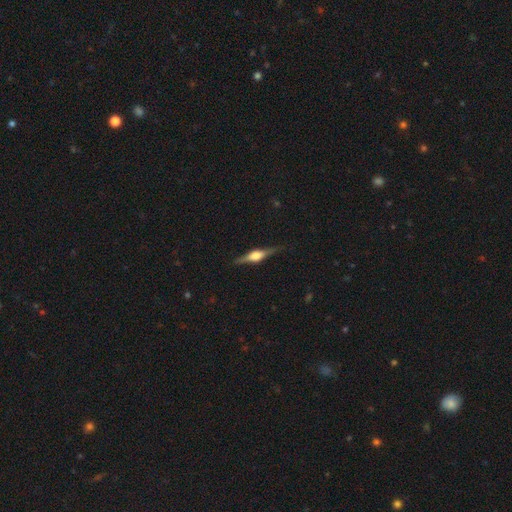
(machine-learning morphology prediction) type=featured or disk (77%); edge-on=yes (98%); edge-on bulge=rounded (87%); merging=none (87%).